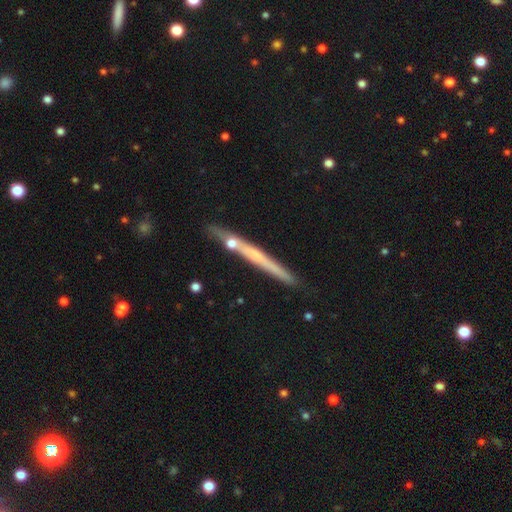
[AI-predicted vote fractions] The model was most divided on "smooth or featured": featured or disk: 53%, smooth: 39%, star or artifact: 7%. More confident: edge-on disk — yes (95%); merging — none (80%); edge-on bulge — none (79%).